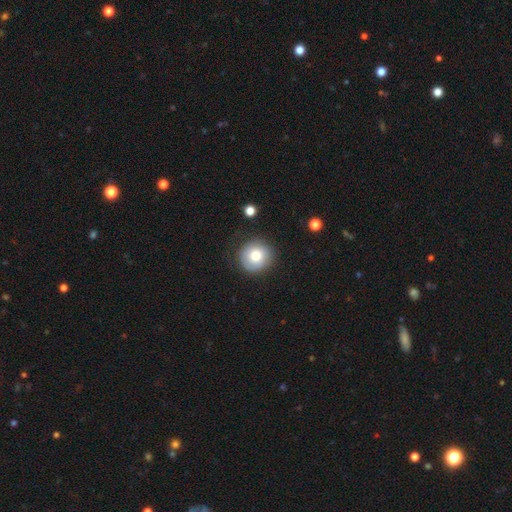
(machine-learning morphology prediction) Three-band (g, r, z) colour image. It shows a smooth galaxy with no disk features (73%) that is round (92%). Merging: none (83%).